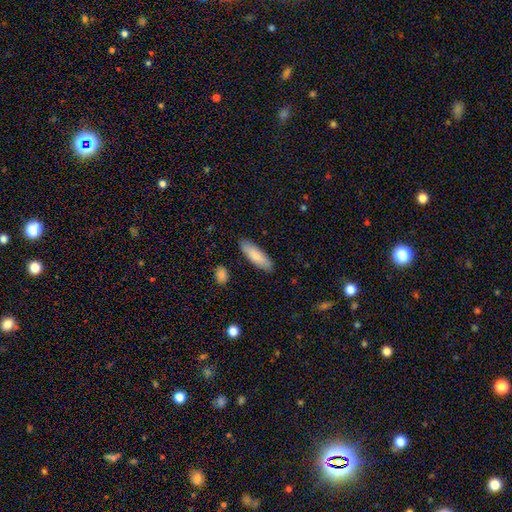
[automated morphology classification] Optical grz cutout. It shows a smooth galaxy with no disk features (84%) that is cigar-shaped (55%). Merging: none (87%).